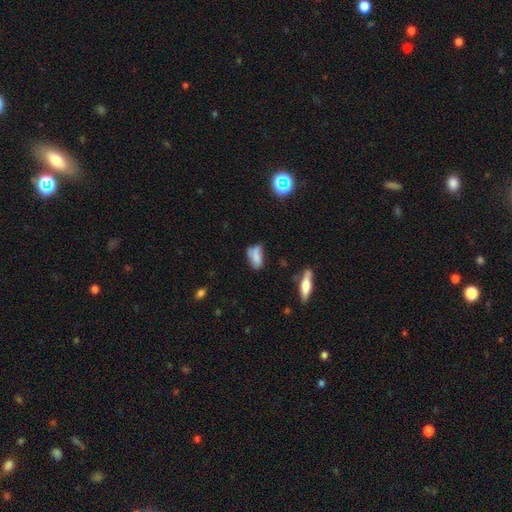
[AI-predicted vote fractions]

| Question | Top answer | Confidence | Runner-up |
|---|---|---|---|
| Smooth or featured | smooth | 72% | featured or disk (17%) |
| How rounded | in between | 82% | cigar-shaped (13%) |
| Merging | none | 47% | minor disturbance (31%) |